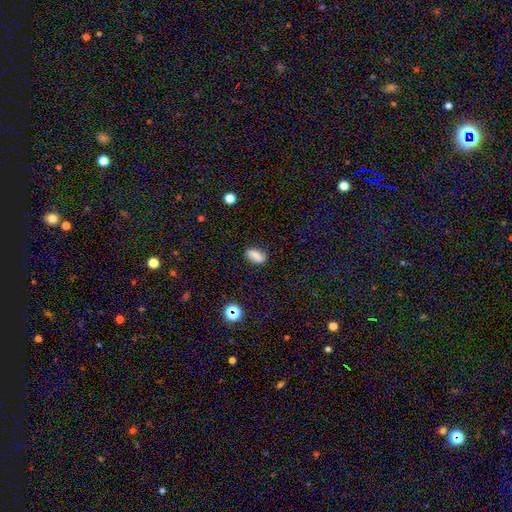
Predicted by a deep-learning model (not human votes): Smooth or featured? smooth (70%)
How rounded? in between (79%)
Merging? none (80%)